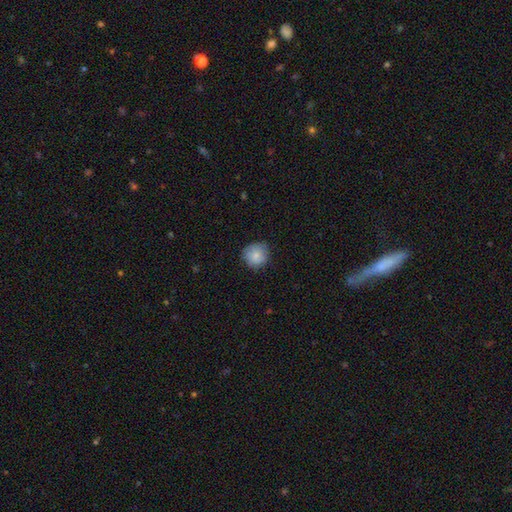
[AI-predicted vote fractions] The model was most divided on "merging": none: 80%, minor disturbance: 16%, major disturbance: 3%, merger: 1%. More confident: how rounded — round (90%); smooth or featured — smooth (84%).